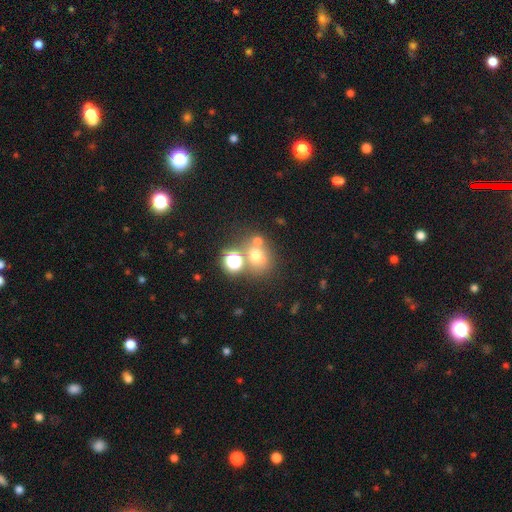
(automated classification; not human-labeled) Morphology: type=smooth (61%); roundness=round (71%); merging=none (54%).